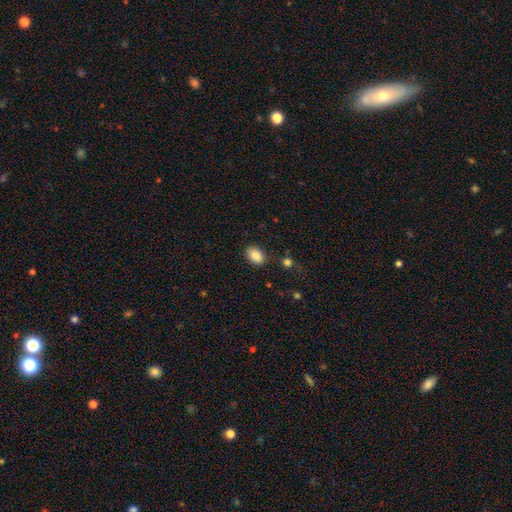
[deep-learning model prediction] Smooth or featured? smooth (88%)
How rounded? in between (78%)
Merging? none (83%)